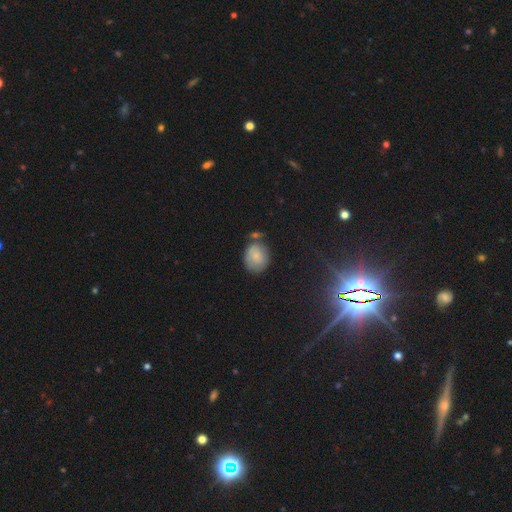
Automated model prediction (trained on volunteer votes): This appears to be a smooth galaxy with no disk features (77%) that is round (59%). Merging: none (58%).